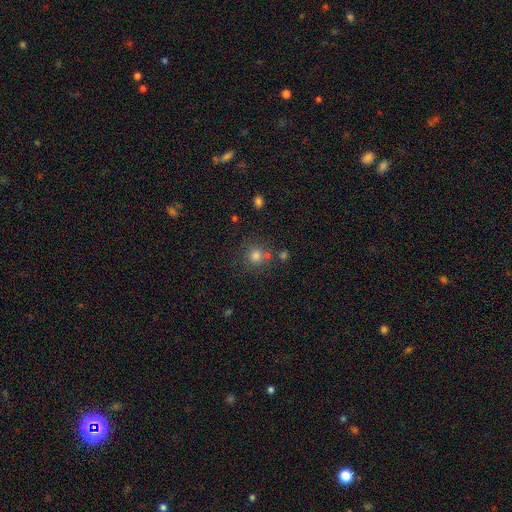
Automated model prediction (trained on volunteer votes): smooth_or_featured: smooth (p=0.78) [alt: star or artifact p=0.14]
how_rounded: round (p=0.90) [alt: in between p=0.09]
merging: none (p=0.69) [alt: merger p=0.17]